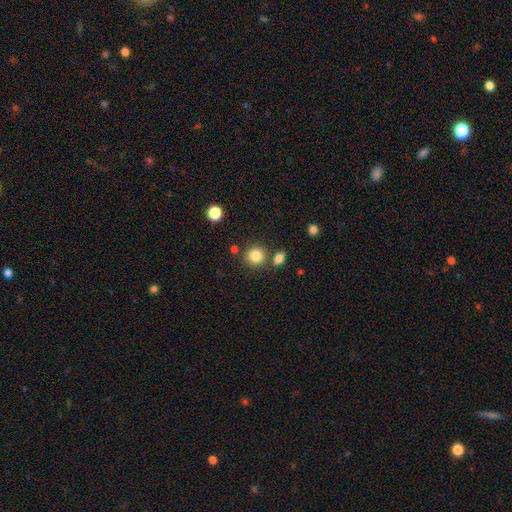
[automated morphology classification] A smooth galaxy with no disk features (84%) that is round (89%).

Vote fractions:
- Smooth or featured? smooth: 84% / star or artifact: 10% / featured or disk: 6%
- How rounded? round: 89% / in between: 10% / cigar-shaped: 1%
- Merging? none: 78% / merger: 11% / minor disturbance: 8% / major disturbance: 3%